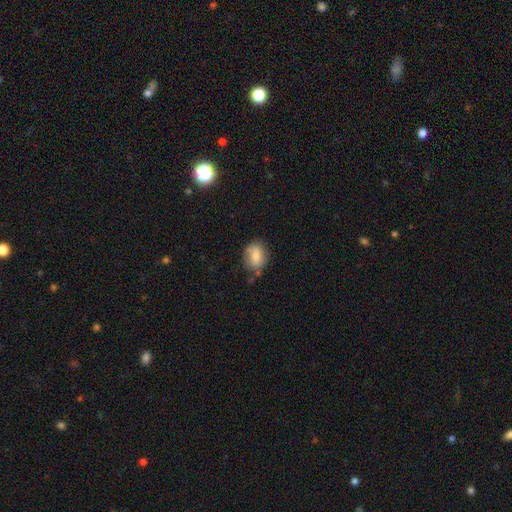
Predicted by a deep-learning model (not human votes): This appears to be a smooth galaxy with no disk features (73%) that is in between round and cigar-shaped (59%). Merging: none (63%).